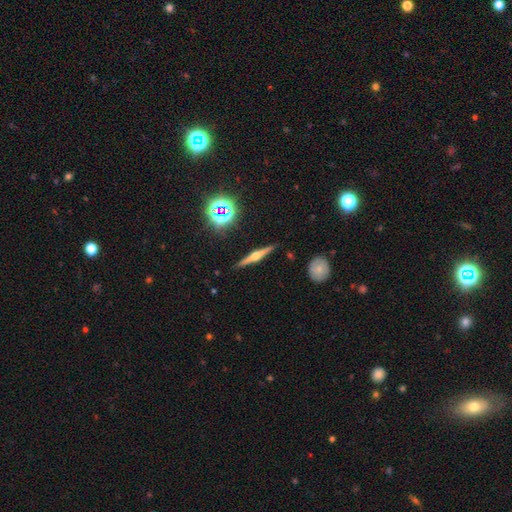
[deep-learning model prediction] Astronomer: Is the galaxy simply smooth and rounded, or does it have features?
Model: featured or disk — 75%.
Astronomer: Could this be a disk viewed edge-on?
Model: yes — 98%.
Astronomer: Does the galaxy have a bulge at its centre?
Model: rounded — 91%.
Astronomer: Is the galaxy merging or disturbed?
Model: none — 90%.